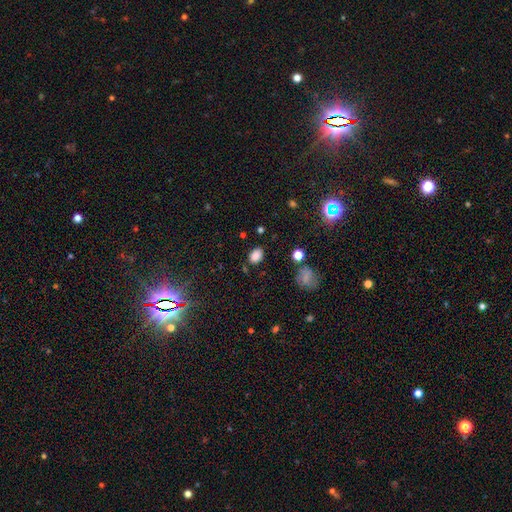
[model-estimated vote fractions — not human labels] The model was most divided on "how rounded": in between: 76%, round: 23%, cigar-shaped: 1%. More confident: smooth or featured — smooth (83%); merging — none (81%).